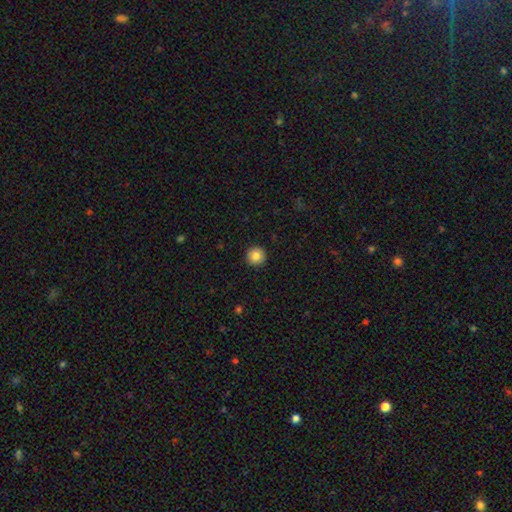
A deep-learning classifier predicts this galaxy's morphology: Smooth or featured? smooth (85%)
How rounded? round (96%)
Merging? none (93%)